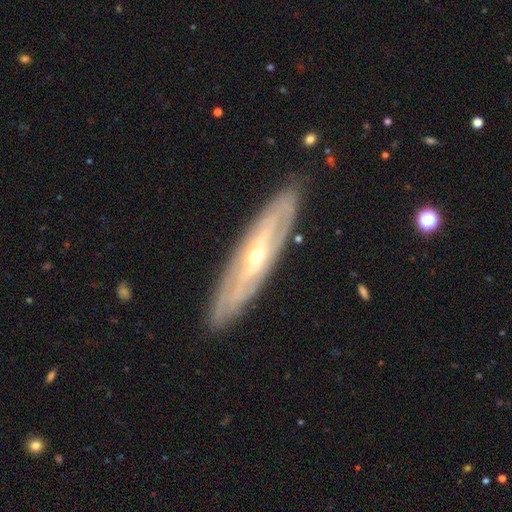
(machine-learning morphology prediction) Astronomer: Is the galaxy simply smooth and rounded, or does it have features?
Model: featured or disk — 81%.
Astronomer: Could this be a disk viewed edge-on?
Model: no — 56% (runner-up: yes, 44%).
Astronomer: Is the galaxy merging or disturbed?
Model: none — 87%.